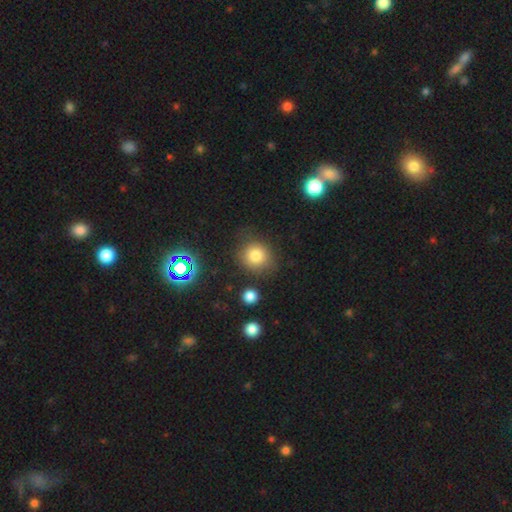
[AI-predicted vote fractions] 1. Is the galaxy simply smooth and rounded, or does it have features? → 78% smooth, 13% star or artifact, 8% featured or disk.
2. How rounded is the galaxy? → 80% round, 19% in between, 1% cigar-shaped.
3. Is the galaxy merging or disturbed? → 77% none, 14% minor disturbance, 5% major disturbance, 4% merger.